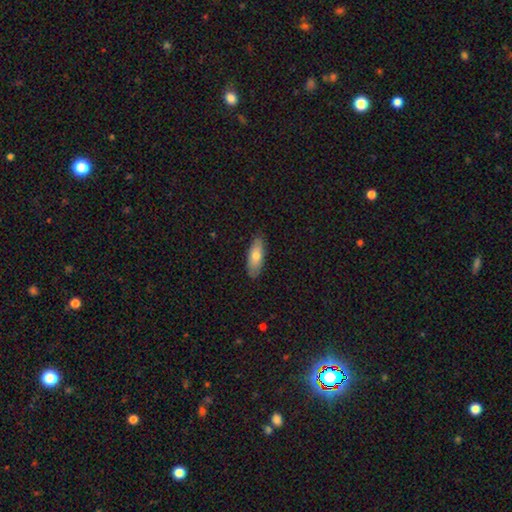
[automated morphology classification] type=smooth (74%); roundness=in between (70%); merging=none (85%).